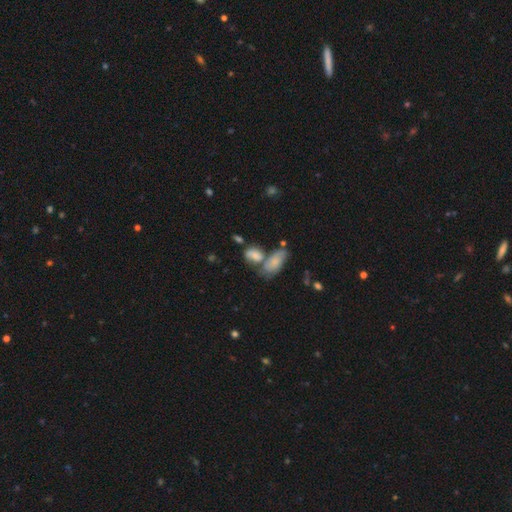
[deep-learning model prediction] Smooth or featured? Predicted: smooth (p=0.59). How rounded? Predicted: in between (p=0.76). Merging? Predicted: merger (p=0.43).